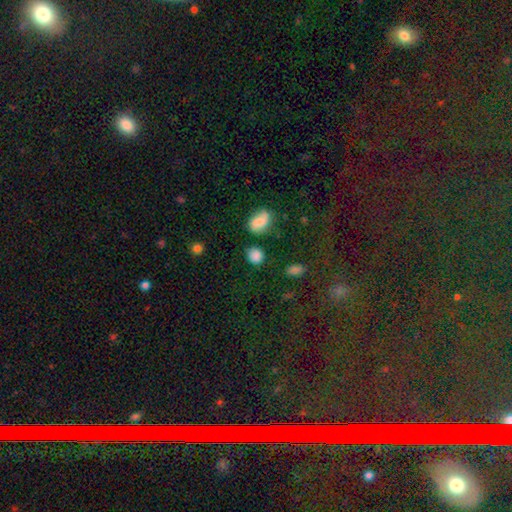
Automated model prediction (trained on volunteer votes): Overall: smooth (83%). How rounded: round (67%; in between 32%). Merging: none (77%).